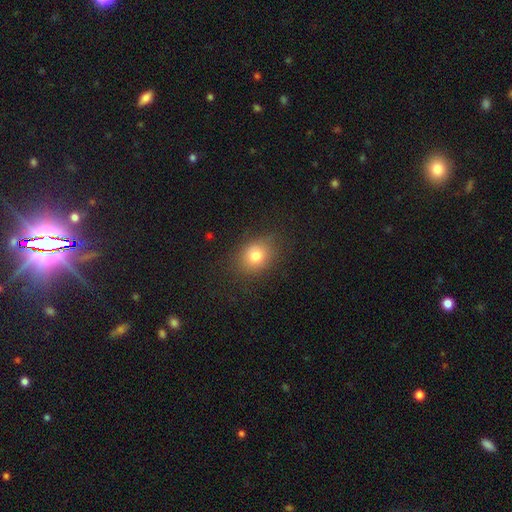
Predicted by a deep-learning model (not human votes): This is likely a smooth galaxy (78%). How rounded: possibly round (51%). Merging: likely none (79%).